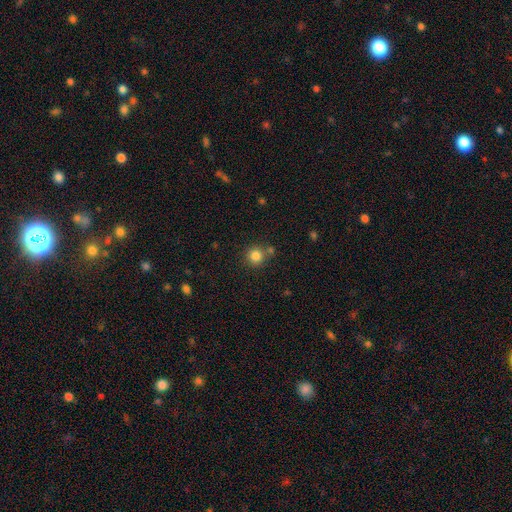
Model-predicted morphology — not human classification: type=smooth (82%); roundness=round (93%); merging=none (75%).